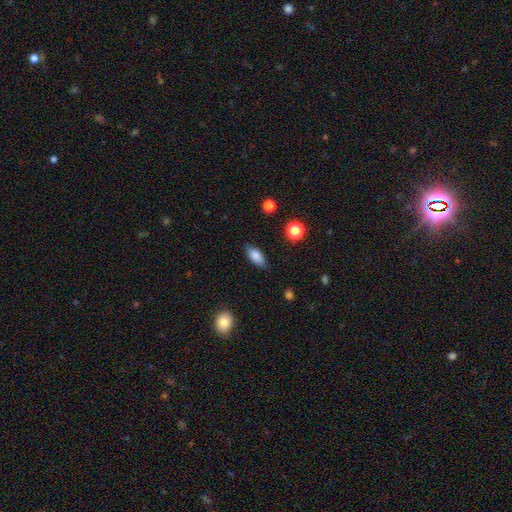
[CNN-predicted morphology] A smooth galaxy with no disk features (84%) that is in between round and cigar-shaped (84%). Merging: none (84%).